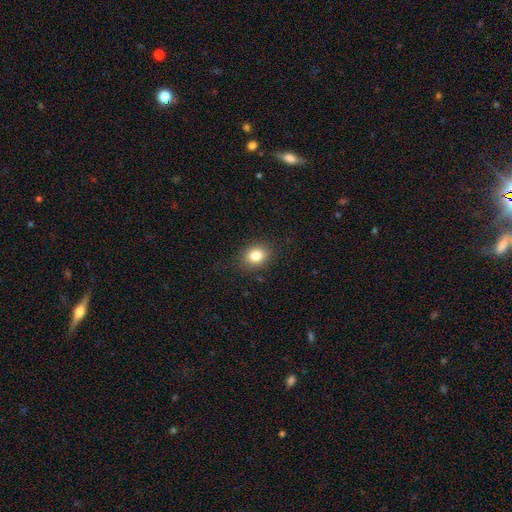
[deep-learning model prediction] This is clearly a smooth galaxy (82%). How rounded: possibly round (50%). Merging: clearly none (87%).